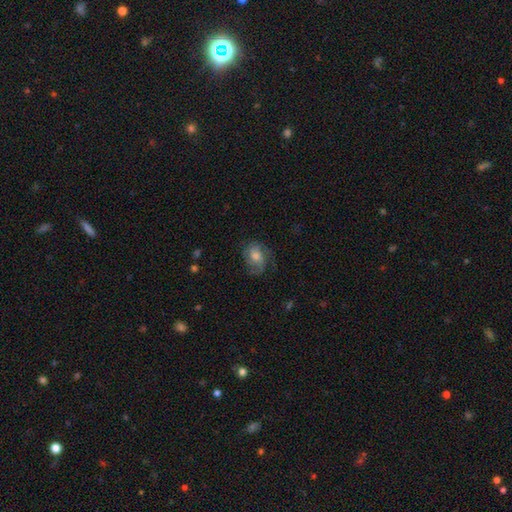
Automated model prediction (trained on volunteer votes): This is possibly a featured or disk galaxy (56%). It is clearly not viewed edge-on (97%). Bar: likely no (66%). Spiral arm pattern: clearly yes (86%). Central bulge: possibly moderate (54%). Merging: likely none (64%).